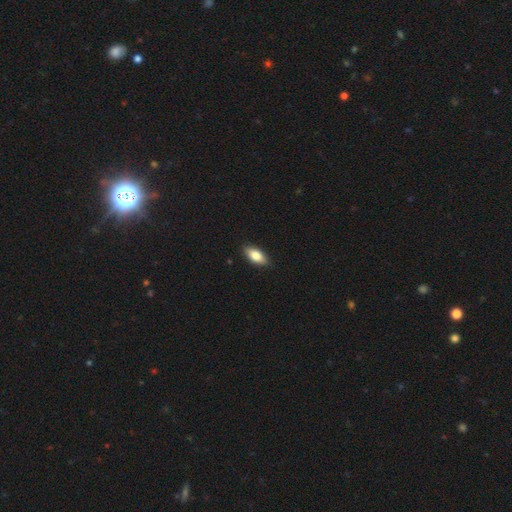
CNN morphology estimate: A smooth galaxy with no disk features (81%) that is in between round and cigar-shaped (87%).

Vote fractions:
- Smooth or featured? smooth: 81% / featured or disk: 13% / star or artifact: 6%
- How rounded? in between: 87% / cigar-shaped: 10% / round: 3%
- Merging? none: 89% / minor disturbance: 9% / major disturbance: 2% / merger: 1%